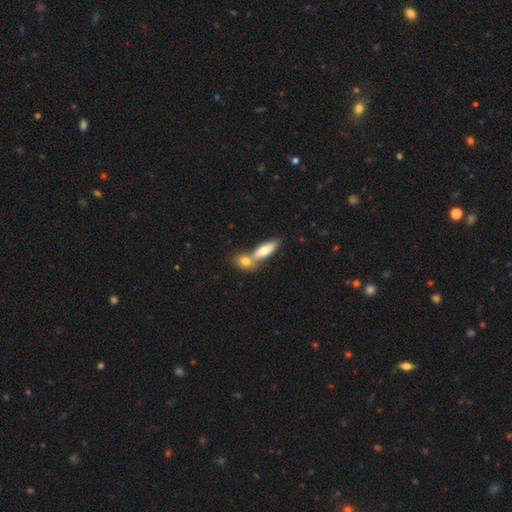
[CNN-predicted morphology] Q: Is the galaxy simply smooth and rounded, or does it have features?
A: smooth — 60%.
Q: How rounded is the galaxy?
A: in between — 59%.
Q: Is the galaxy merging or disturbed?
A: merger — 53%.